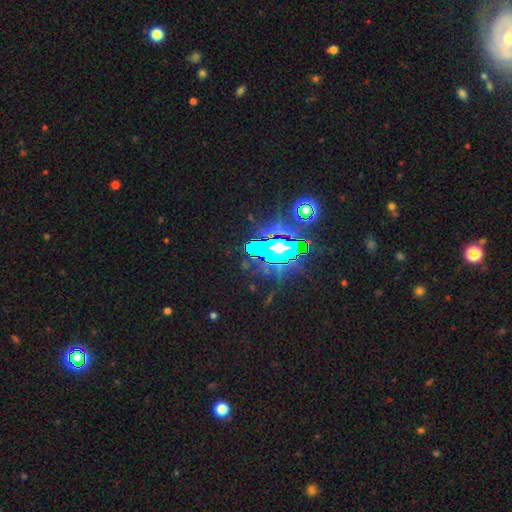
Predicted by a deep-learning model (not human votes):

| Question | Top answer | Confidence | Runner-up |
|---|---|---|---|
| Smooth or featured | star or artifact | 66% | featured or disk (19%) |